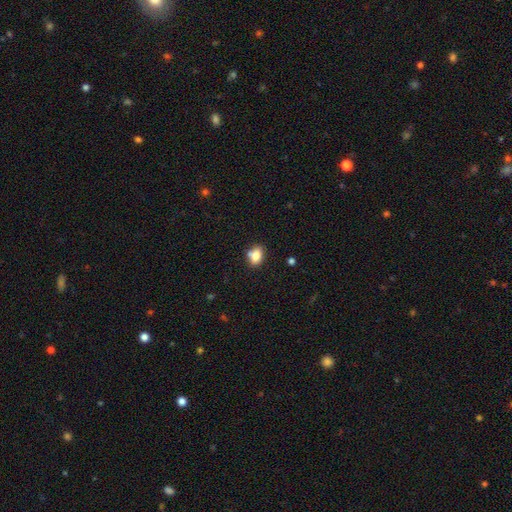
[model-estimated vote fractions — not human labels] This is likely a smooth galaxy (80%). How rounded: likely in between (71%). Merging: likely none (65%).